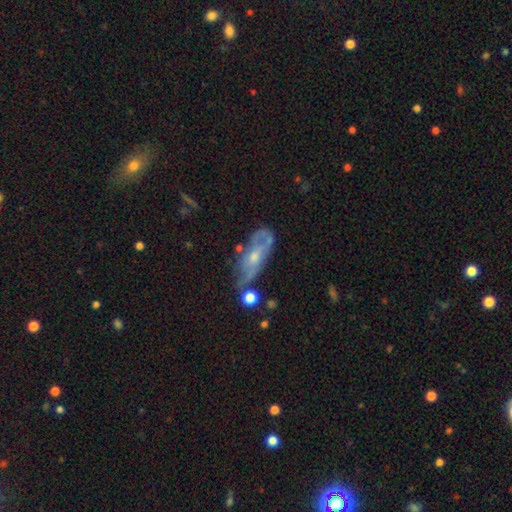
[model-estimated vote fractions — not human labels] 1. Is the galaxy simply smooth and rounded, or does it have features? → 62% featured or disk, 28% smooth, 10% star or artifact.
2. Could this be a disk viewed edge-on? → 82% no, 18% yes.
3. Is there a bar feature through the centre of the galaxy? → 73% no, 22% weak, 5% strong.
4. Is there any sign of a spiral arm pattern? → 58% yes, 42% no.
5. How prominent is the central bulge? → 47% small, 45% moderate, 4% none, 3% large, 1% dominant.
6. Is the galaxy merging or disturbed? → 52% none, 25% minor disturbance, 14% major disturbance, 9% merger.